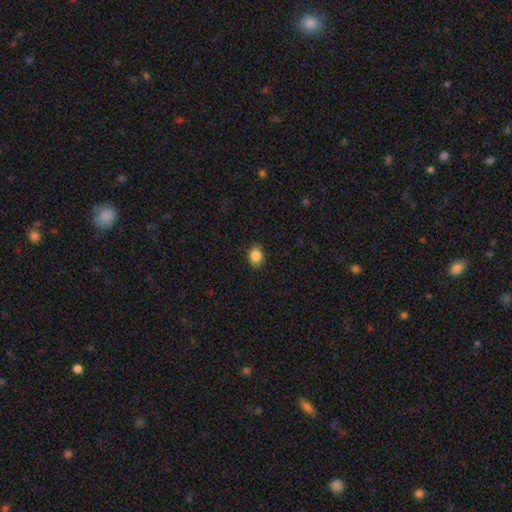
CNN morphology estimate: Smooth or featured? smooth (86%)
How rounded? round (50%)
Merging? none (87%)